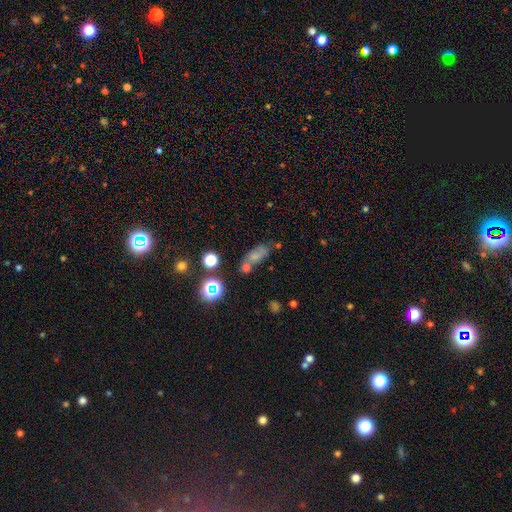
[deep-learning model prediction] smooth_or_featured: smooth (p=0.61) [alt: star or artifact p=0.21]
how_rounded: in between (p=0.66) [alt: cigar-shaped p=0.20]
merging: none (p=0.50) [alt: merger p=0.24]